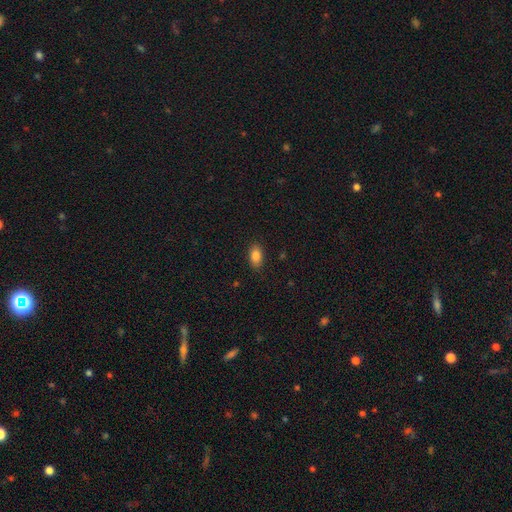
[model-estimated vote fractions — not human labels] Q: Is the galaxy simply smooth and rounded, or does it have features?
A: smooth — 85%.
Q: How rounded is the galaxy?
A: in between — 90%.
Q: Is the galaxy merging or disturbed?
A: none — 87%.